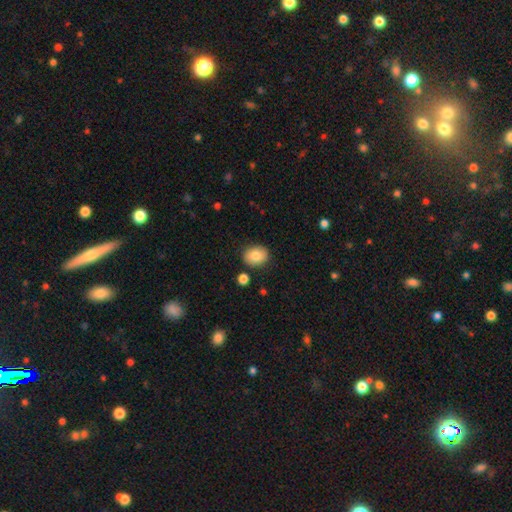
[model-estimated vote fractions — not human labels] Smooth or featured?
  - smooth: 83% *
  - featured or disk: 9%
  - star or artifact: 8%
How rounded?
  - round: 52% *
  - in between: 47%
  - cigar-shaped: 1%
Merging?
  - none: 85% *
  - minor disturbance: 9%
  - merger: 3%
  - major disturbance: 2%